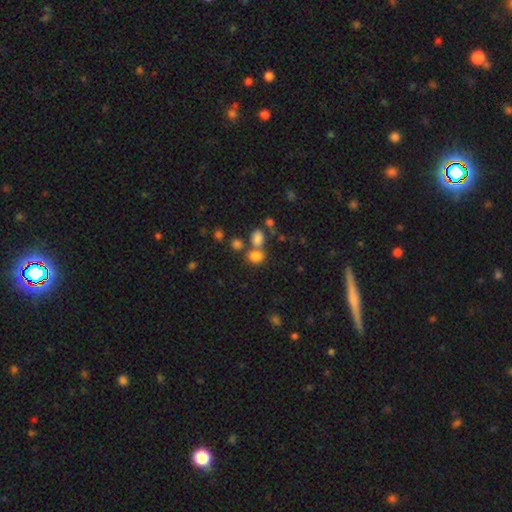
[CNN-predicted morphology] Smooth or featured? smooth (78%)
How rounded? round (56%)
Merging? none (52%)